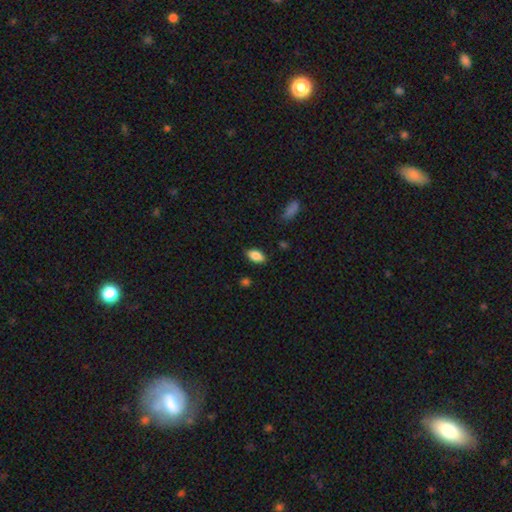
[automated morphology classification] Overall: smooth (86%). How rounded: in between (92%). Merging: none (86%).